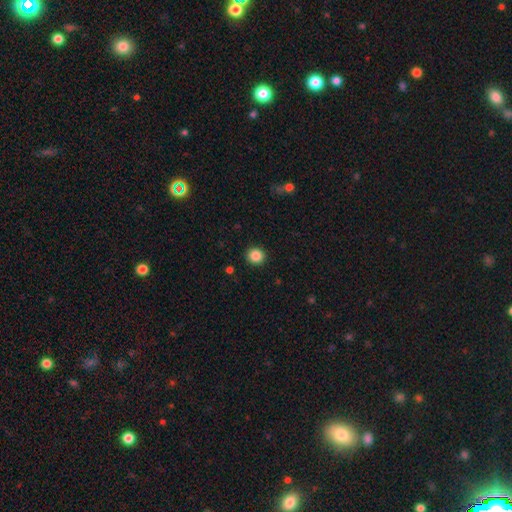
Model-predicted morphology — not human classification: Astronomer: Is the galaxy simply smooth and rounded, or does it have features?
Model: smooth — 87%.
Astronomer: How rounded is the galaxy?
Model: round — 90%.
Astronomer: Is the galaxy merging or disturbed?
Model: none — 92%.